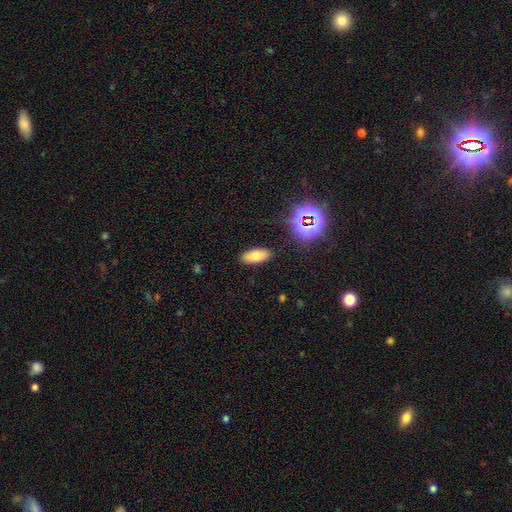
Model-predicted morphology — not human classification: This is likely a smooth galaxy (74%). How rounded: clearly in between (84%). Merging: clearly none (87%).